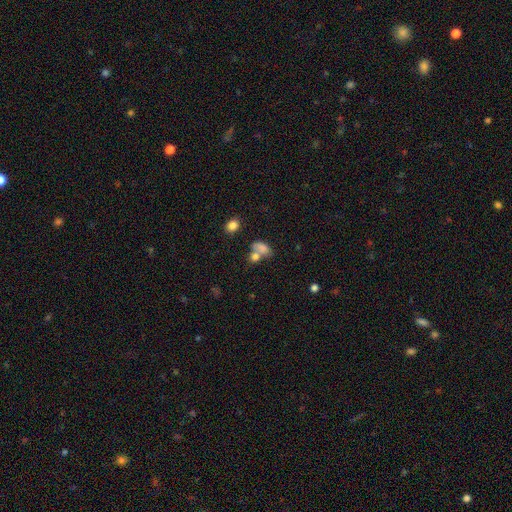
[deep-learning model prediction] A smooth galaxy with no disk features (74%) that is in between round and cigar-shaped (70%). Merging: merger (52%).